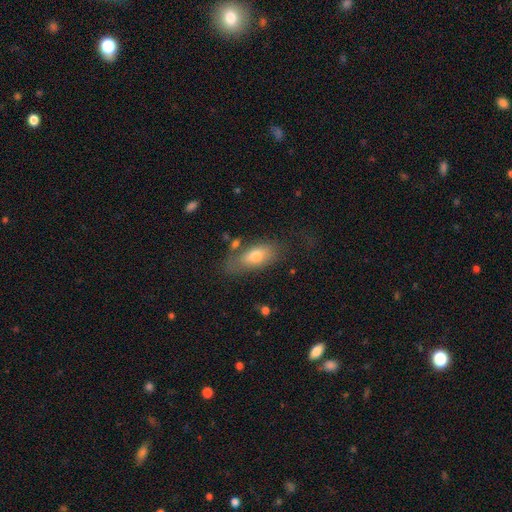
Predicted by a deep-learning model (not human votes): smooth_or_featured: smooth (p=0.70) [alt: featured or disk p=0.21]
how_rounded: in between (p=0.84) [alt: cigar-shaped p=0.11]
merging: none (p=0.59) [alt: minor disturbance p=0.23]